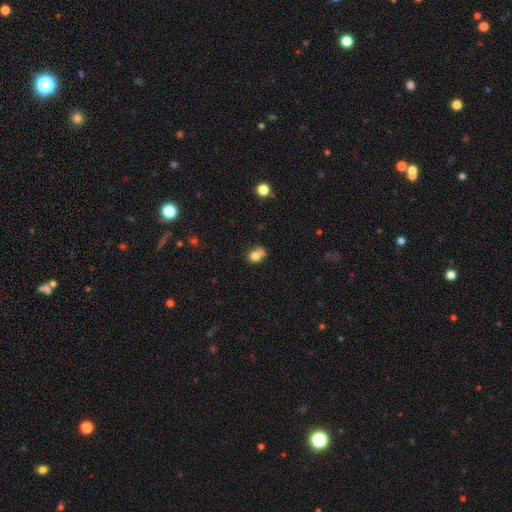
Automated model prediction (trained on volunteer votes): Smooth or featured? smooth (77%)
How rounded? in between (50%)
Merging? none (42%)